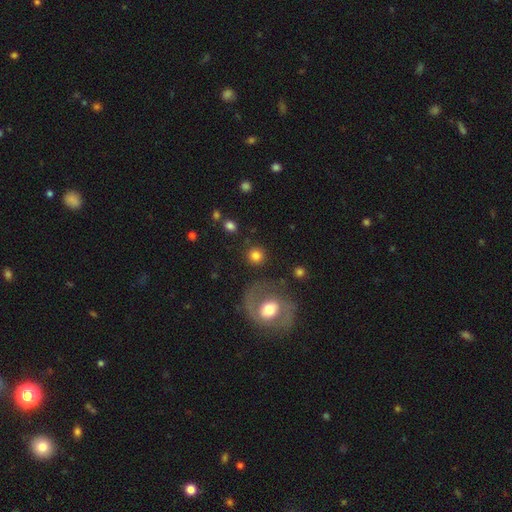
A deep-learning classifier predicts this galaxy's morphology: smooth 79%, featured or disk 10%, star or artifact 10%. Down the decision tree: how rounded — round (90%); merging — none (86%).